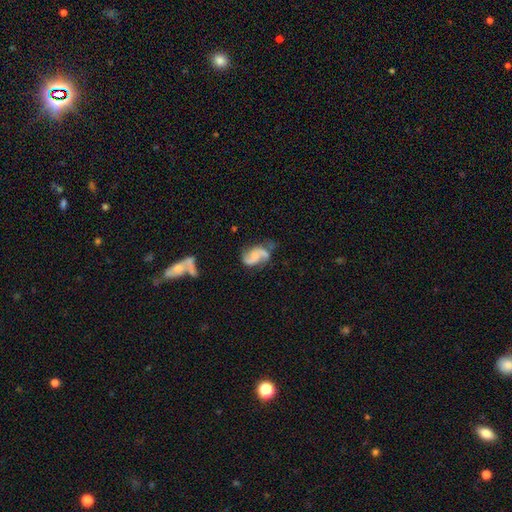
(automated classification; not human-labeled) Smooth or featured? Predicted: featured or disk (p=0.78). Edge-on disk? Predicted: no (p=0.98). Bar? Predicted: no (p=0.53). Spiral arms? Predicted: yes (p=0.93). Spiral winding? Predicted: loose (p=0.51). Spiral arm count? Predicted: 2 (p=0.90). Bulge size? Predicted: none (p=0.38). Merging? Predicted: none (p=0.53).